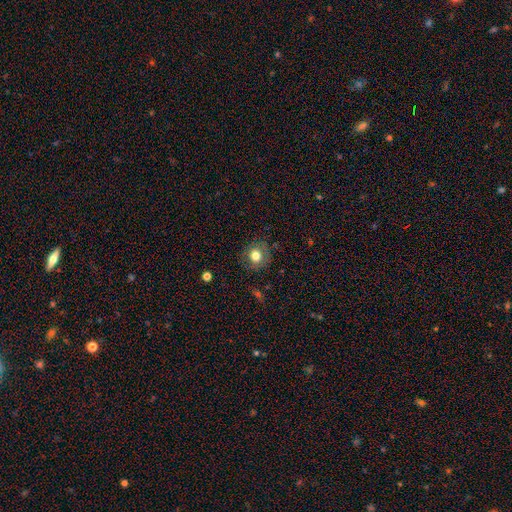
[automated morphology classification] A smooth galaxy with no disk features (75%) that is round (86%). Merging: none (82%).